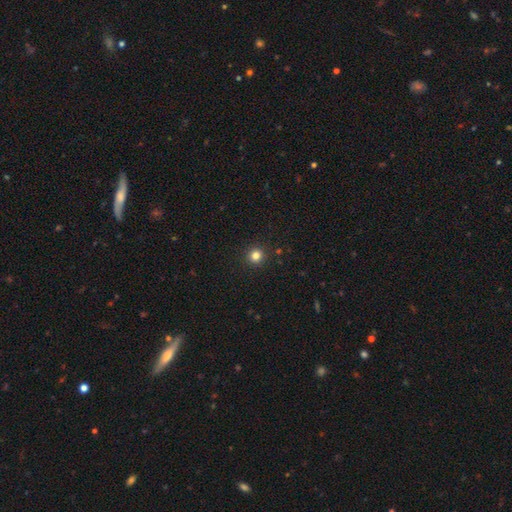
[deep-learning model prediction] A smooth galaxy with no disk features (81%) that is round (94%). Merging: none (93%).